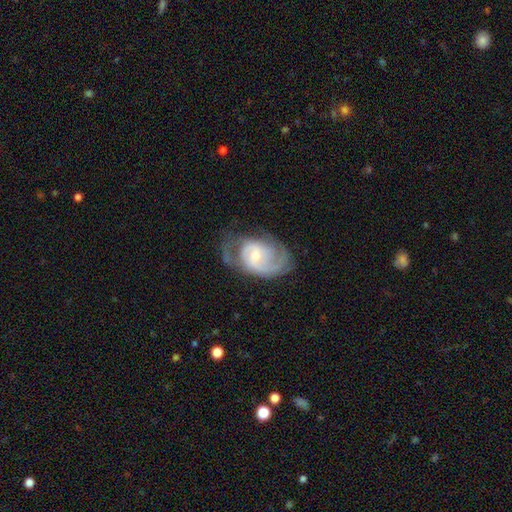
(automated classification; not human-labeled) A featured or disk galaxy (81%) with no bar (50%), 2 (54%) medium (45%) spiral arms (92%) and a small central bulge (54%).

Vote fractions:
- Smooth or featured? featured or disk: 81% / smooth: 14% / star or artifact: 5%
- Edge-on disk? no: 97% / yes: 3%
- Bar? no: 50% / weak: 42% / strong: 8%
- Spiral arms? yes: 92% / no: 8%
- Spiral winding? medium: 45% / tight: 35% / loose: 20%
- Spiral arm count? 2: 54% / can't tell: 21% / 1: 11% / 3: 10% / 4: 3% / more than 4: 2%
- Bulge size? small: 54% / moderate: 40% / large: 3% / none: 2% / dominant: 1%
- Merging? none: 53% / minor disturbance: 24% / major disturbance: 22% / merger: 2%